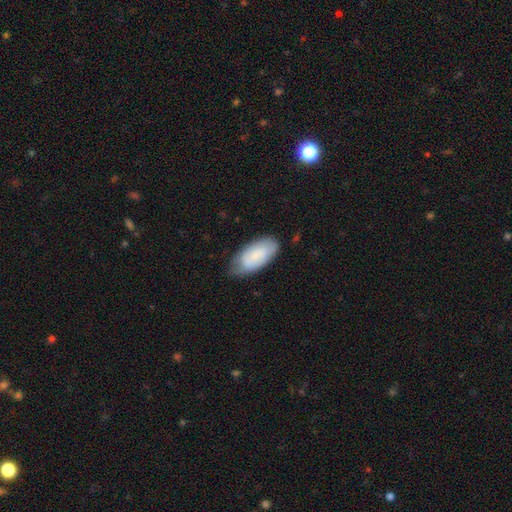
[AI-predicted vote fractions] This is likely a smooth galaxy (71%). How rounded: clearly in between (93%). Merging: likely none (64%).